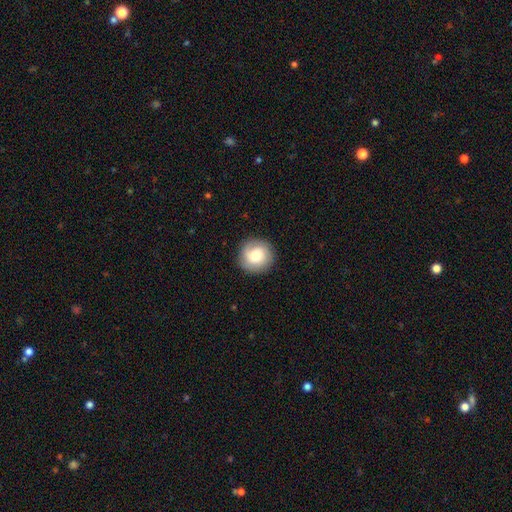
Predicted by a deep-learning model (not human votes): A smooth galaxy with no disk features (70%) that is round (93%). Merging: none (87%).